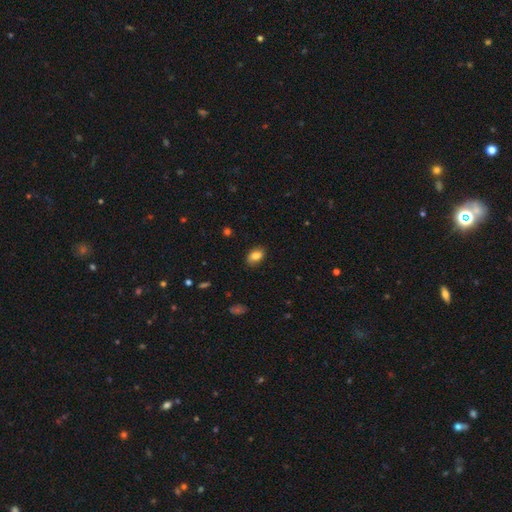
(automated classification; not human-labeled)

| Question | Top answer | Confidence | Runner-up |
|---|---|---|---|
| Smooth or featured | smooth | 84% | star or artifact (8%) |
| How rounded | in between | 87% | round (11%) |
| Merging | none | 86% | minor disturbance (11%) |